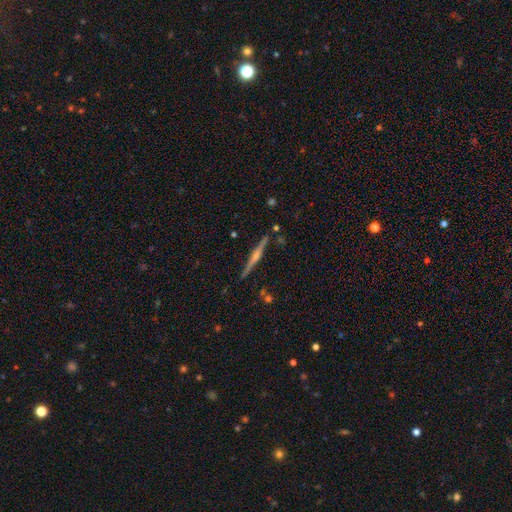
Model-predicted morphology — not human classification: featured or disk 80%, smooth 14%, star or artifact 6%. Down the decision tree: edge-on disk — yes (98%); edge-on bulge — rounded (87%); merging — none (90%).